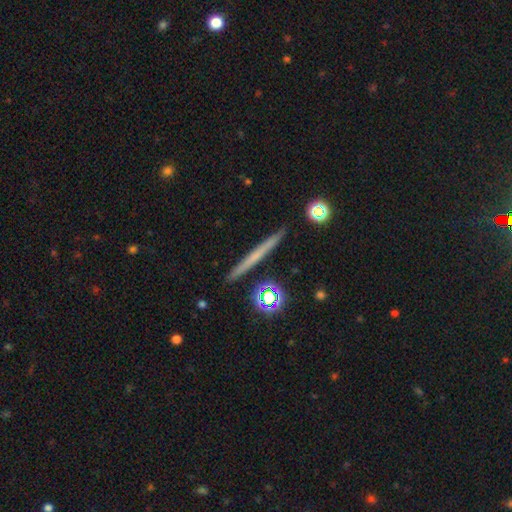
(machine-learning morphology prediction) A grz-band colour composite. It shows a featured or disk galaxy (46%). Merging: none (91%).